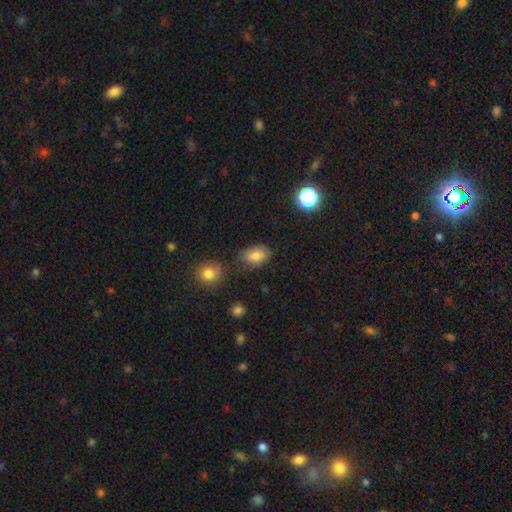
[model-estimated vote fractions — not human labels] The model was most divided on "merging": none: 65%, minor disturbance: 23%, merger: 6%, major disturbance: 6%. More confident: how rounded — in between (85%); smooth or featured — smooth (81%).